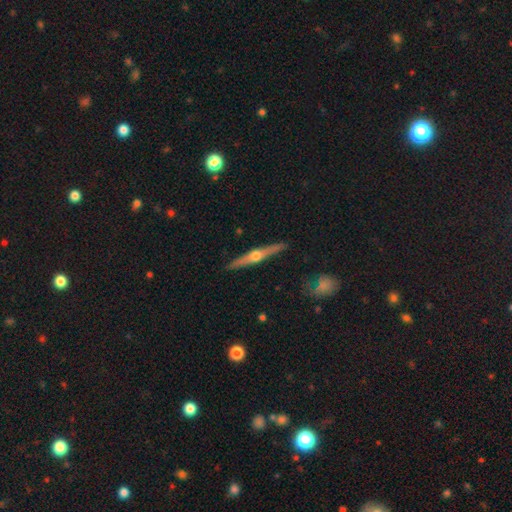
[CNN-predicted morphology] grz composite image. It shows a featured or disk galaxy (76%) viewed edge-on (98%) with a rounded central bulge (95%). Merging: none (90%).